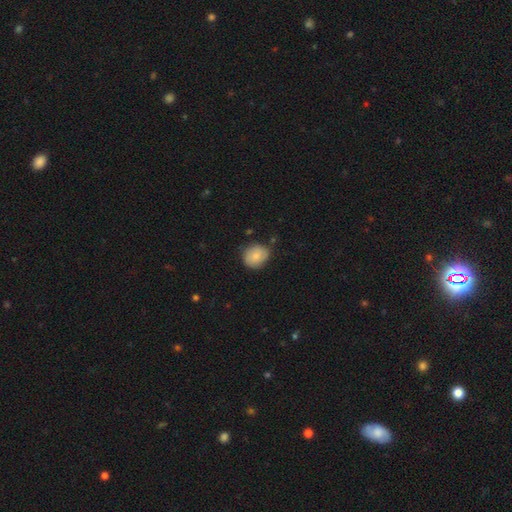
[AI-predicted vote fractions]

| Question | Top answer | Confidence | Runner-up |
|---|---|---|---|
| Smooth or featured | smooth | 78% | featured or disk (15%) |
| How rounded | round | 72% | in between (27%) |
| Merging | none | 70% | minor disturbance (24%) |